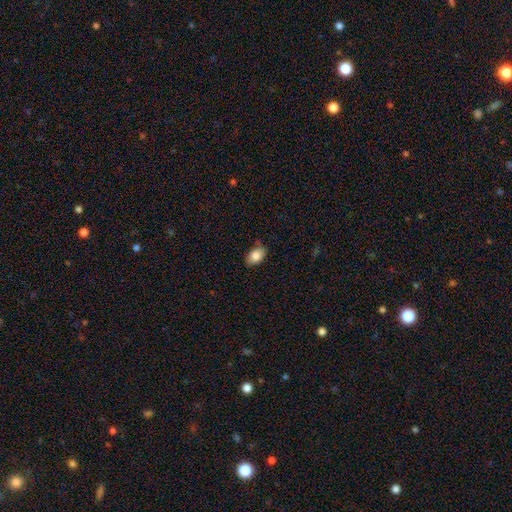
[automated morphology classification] This is clearly a smooth galaxy (86%). How rounded: clearly in between (89%). Merging: clearly none (81%).